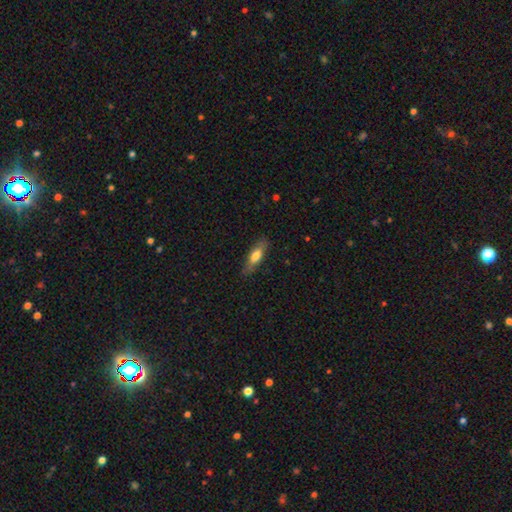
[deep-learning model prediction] A smooth galaxy with no disk features (67%) that is cigar-shaped (53%).

Vote fractions:
- Smooth or featured? smooth: 67% / featured or disk: 27% / star or artifact: 6%
- How rounded? cigar-shaped: 53% / in between: 45% / round: 2%
- Merging? none: 83% / minor disturbance: 13% / major disturbance: 3% / merger: 1%